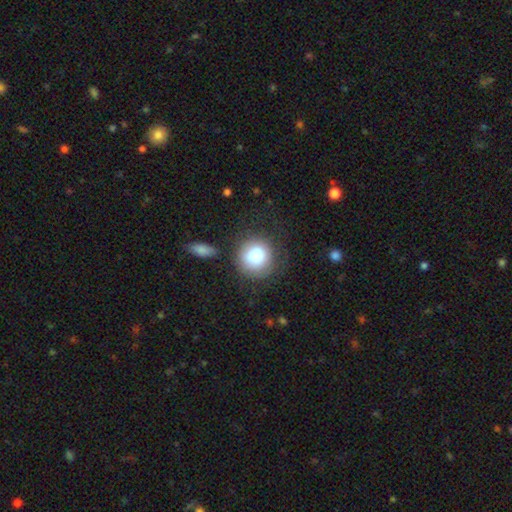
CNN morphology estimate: A smooth galaxy with no disk features (84%) that is round (90%). Merging: none (69%).